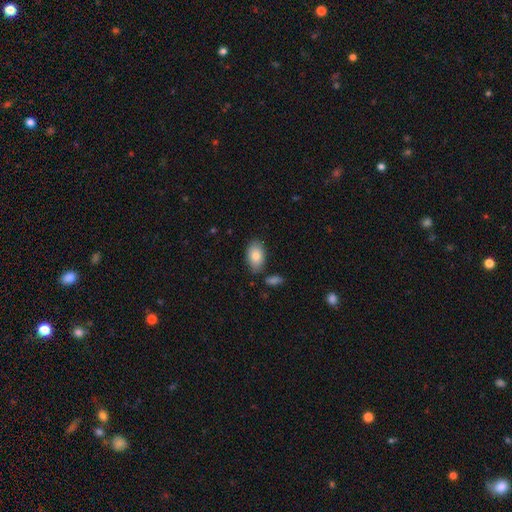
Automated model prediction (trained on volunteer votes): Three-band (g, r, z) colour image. It shows a smooth galaxy with no disk features (81%) that is in between round and cigar-shaped (91%). Merging: none (76%).